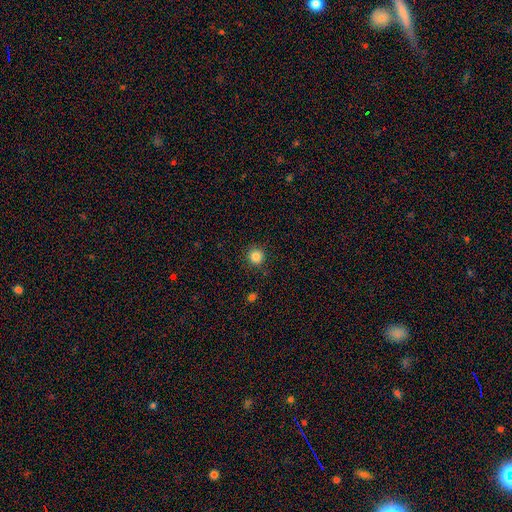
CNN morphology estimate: Smooth or featured?
  - smooth: 85% *
  - star or artifact: 11%
  - featured or disk: 4%
How rounded?
  - round: 94% *
  - in between: 5%
  - cigar-shaped: 1%
Merging?
  - none: 90% *
  - minor disturbance: 7%
  - major disturbance: 2%
  - merger: 1%